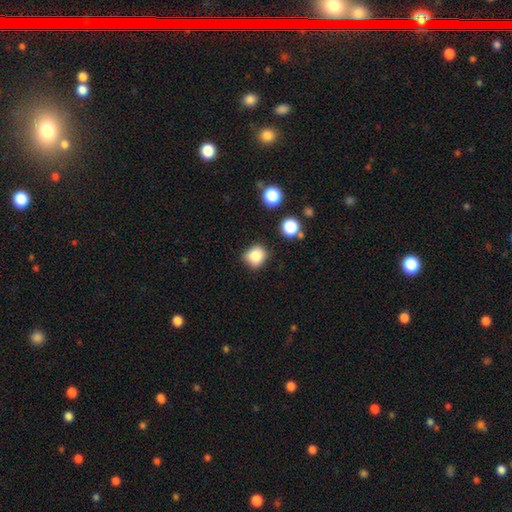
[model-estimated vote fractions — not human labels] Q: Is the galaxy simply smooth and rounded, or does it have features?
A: smooth — 84%.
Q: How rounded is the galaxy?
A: round — 78%.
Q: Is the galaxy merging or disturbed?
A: none — 76%.